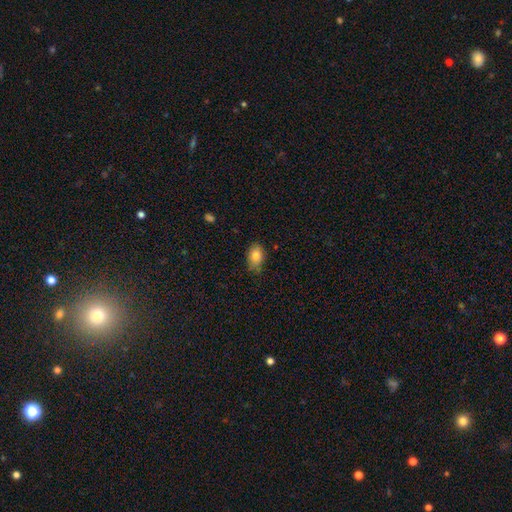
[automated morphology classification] type=smooth (84%); roundness=in between (85%); merging=none (72%).